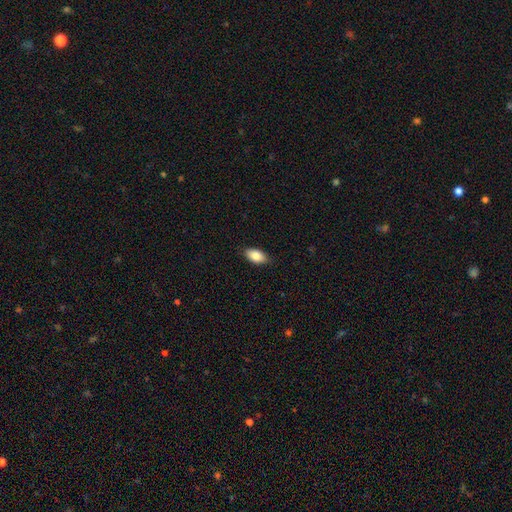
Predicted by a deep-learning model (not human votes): Smooth or featured? smooth (85%)
How rounded? in between (92%)
Merging? none (87%)